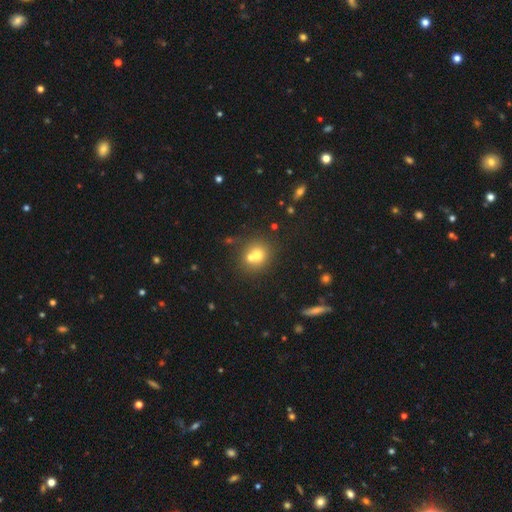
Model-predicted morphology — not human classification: Smooth or featured? smooth (66%)
How rounded? round (80%)
Merging? merger (48%)